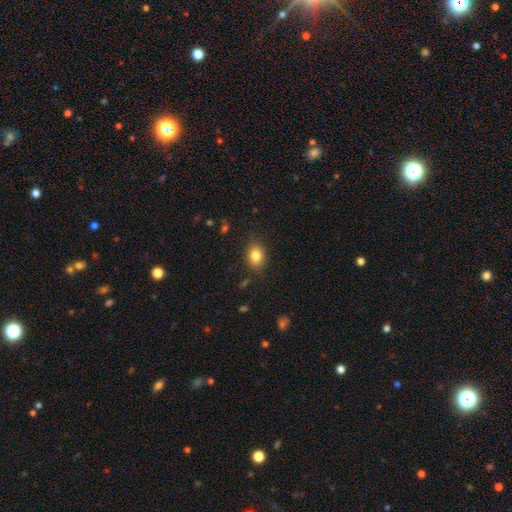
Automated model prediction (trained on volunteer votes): smooth-or-featured: smooth: 83% | star or artifact: 10% | featured or disk: 8%
  how-rounded: in between: 65% | round: 34% | cigar-shaped: 1%
  merging: none: 84% | minor disturbance: 11% | major disturbance: 3% | merger: 1%